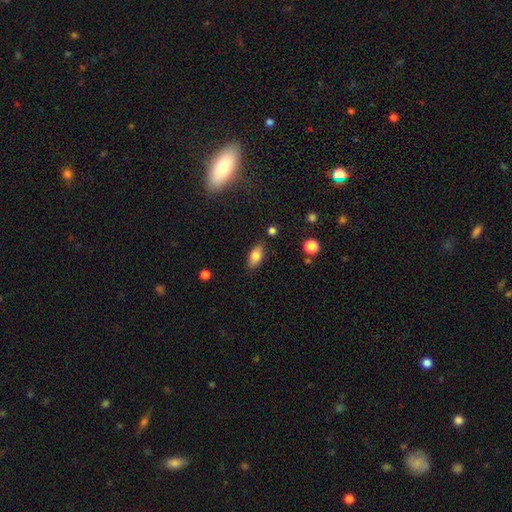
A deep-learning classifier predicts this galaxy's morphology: Smooth or featured?
  - smooth: 80% *
  - featured or disk: 12%
  - star or artifact: 8%
How rounded?
  - in between: 87% *
  - cigar-shaped: 8%
  - round: 5%
Merging?
  - none: 82% *
  - minor disturbance: 13%
  - major disturbance: 3%
  - merger: 2%